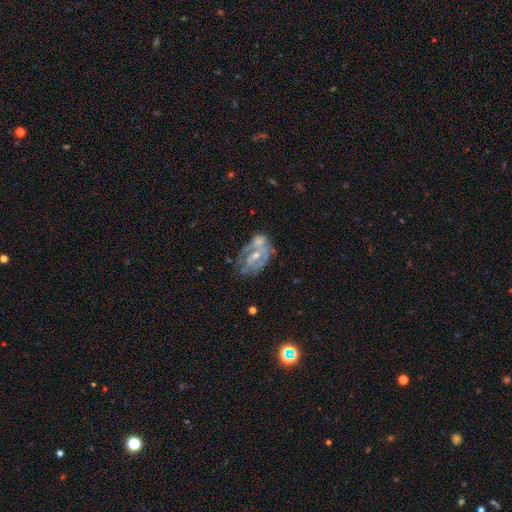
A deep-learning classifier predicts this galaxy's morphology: This appears to be a featured or disk galaxy (73%) with no bar (51%), spiral arms (69%) and a small central bulge (49%). Merging: none (43%).